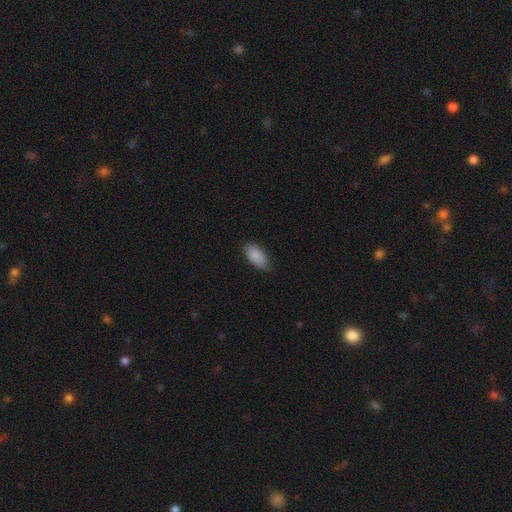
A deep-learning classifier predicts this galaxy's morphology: A smooth galaxy with no disk features (89%) that is in between round and cigar-shaped (92%).

Vote fractions:
- Smooth or featured? smooth: 89% / star or artifact: 6% / featured or disk: 5%
- How rounded? in between: 92% / cigar-shaped: 6% / round: 2%
- Merging? none: 78% / minor disturbance: 18% / major disturbance: 3% / merger: 1%